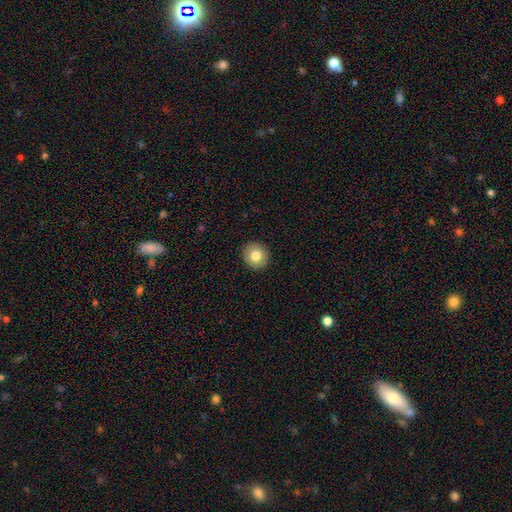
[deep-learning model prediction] This is likely a smooth galaxy (80%). How rounded: clearly round (90%). Merging: clearly none (92%).